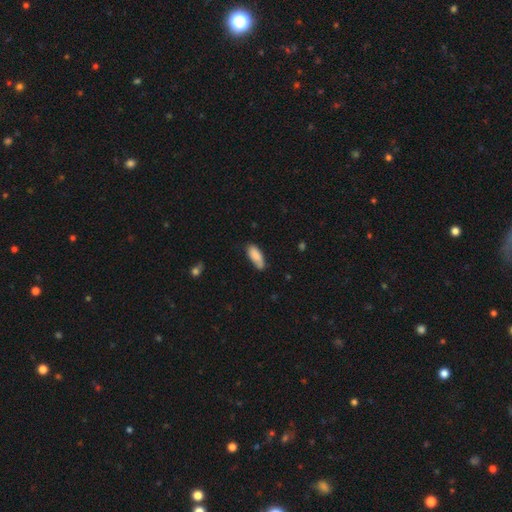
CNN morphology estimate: type=smooth (84%); roundness=in between (78%); merging=none (64%).